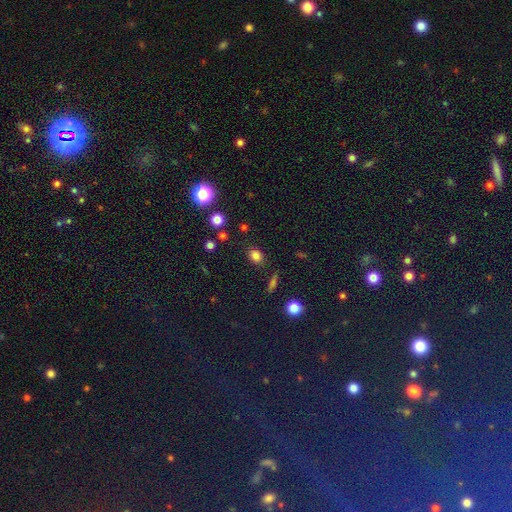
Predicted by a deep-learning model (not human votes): The model was most divided on "how rounded": in between: 58%, round: 40%, cigar-shaped: 2%. More confident: merging — none (83%); smooth or featured — smooth (79%).